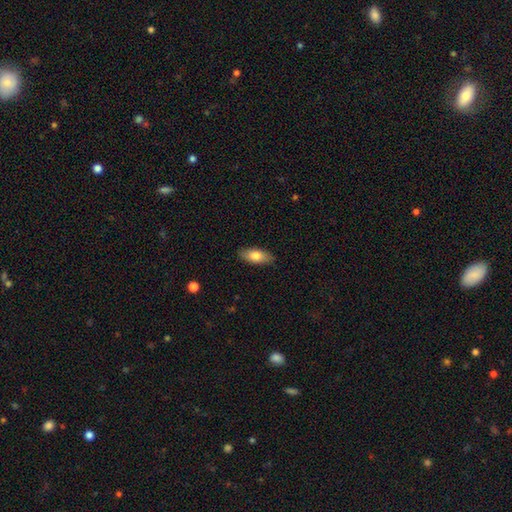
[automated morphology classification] The model was most divided on "smooth or featured": smooth: 78%, featured or disk: 16%, star or artifact: 6%. More confident: merging — none (88%); how rounded — in between (82%).